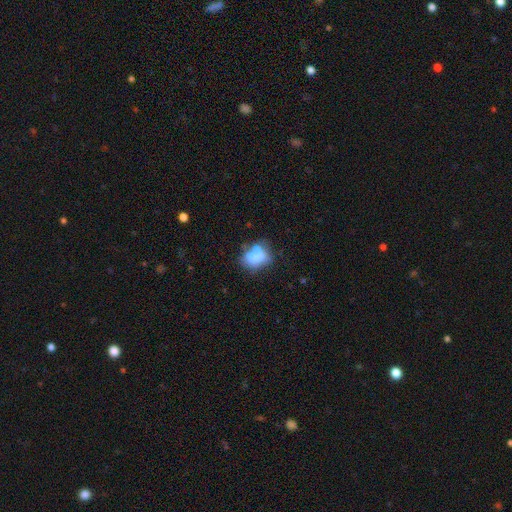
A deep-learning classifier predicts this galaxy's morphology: The model was most divided on "smooth or featured": smooth: 53%, featured or disk: 36%, star or artifact: 11%. Remaining: how rounded — in between (62%); merging — merger (47%).